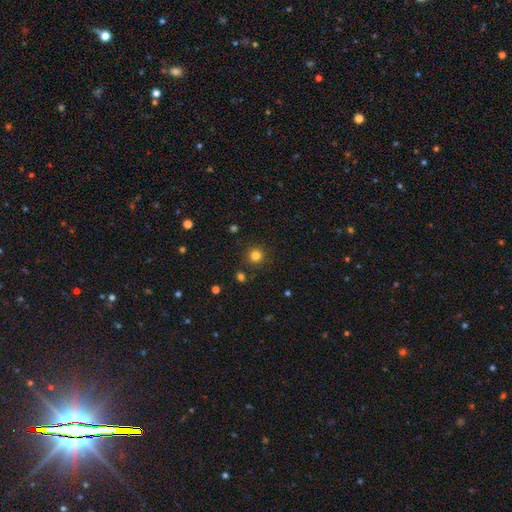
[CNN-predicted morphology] smooth_or_featured: smooth (p=0.81) [alt: star or artifact p=0.14]
how_rounded: round (p=0.94) [alt: in between p=0.05]
merging: none (p=0.88) [alt: minor disturbance p=0.07]